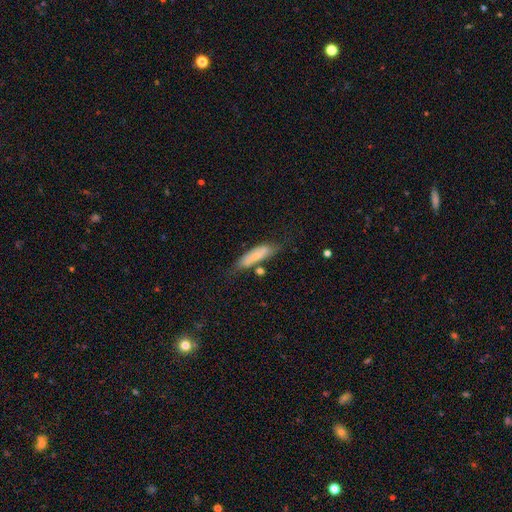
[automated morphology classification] A smooth galaxy with no disk features (63%) that is cigar-shaped (61%). Merging: none (58%).